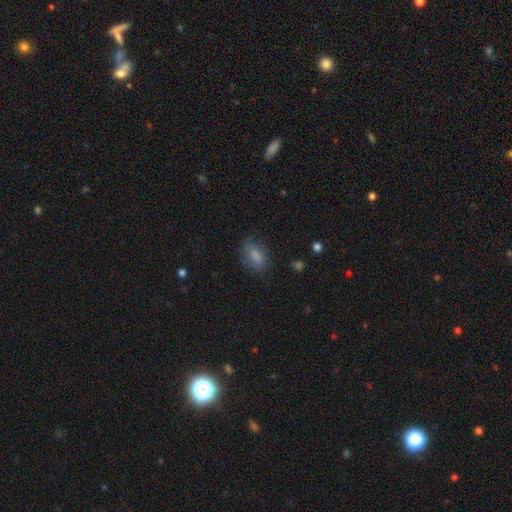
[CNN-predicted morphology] This is clearly a smooth galaxy (81%). How rounded: clearly in between (80%). Merging: likely none (72%).